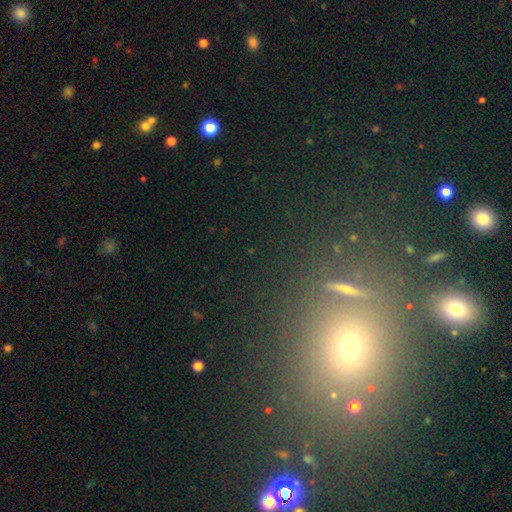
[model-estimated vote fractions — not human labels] Smooth or featured: star or artifact — 54% (smooth — 34%)